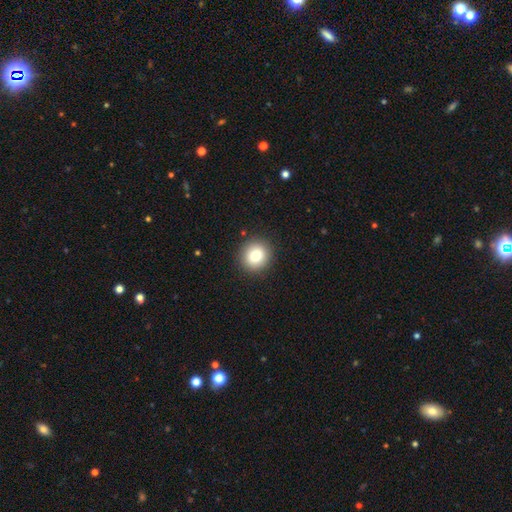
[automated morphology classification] Smooth or featured? smooth (81%)
How rounded? round (90%)
Merging? none (91%)